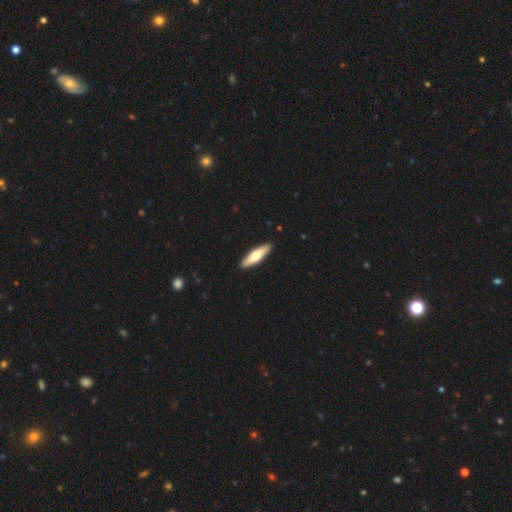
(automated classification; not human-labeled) Smooth or featured?
  - smooth: 60% *
  - featured or disk: 35%
  - star or artifact: 5%
How rounded?
  - cigar-shaped: 64% *
  - in between: 34%
  - round: 2%
Merging?
  - none: 91% *
  - minor disturbance: 6%
  - major disturbance: 1%
  - merger: 1%